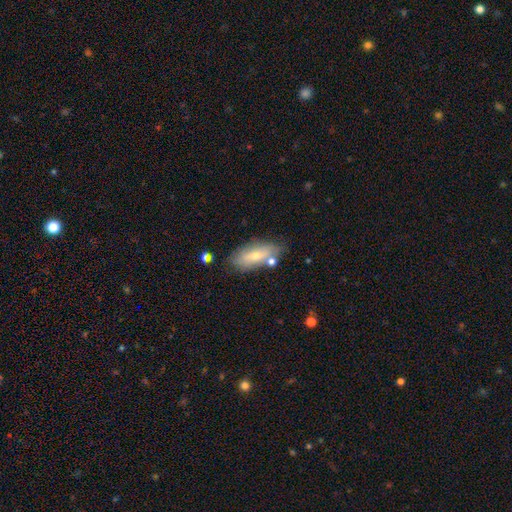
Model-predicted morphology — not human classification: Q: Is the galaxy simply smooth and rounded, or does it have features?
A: smooth — 60%.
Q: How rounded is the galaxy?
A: in between — 76%.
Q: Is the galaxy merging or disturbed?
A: none — 71%.